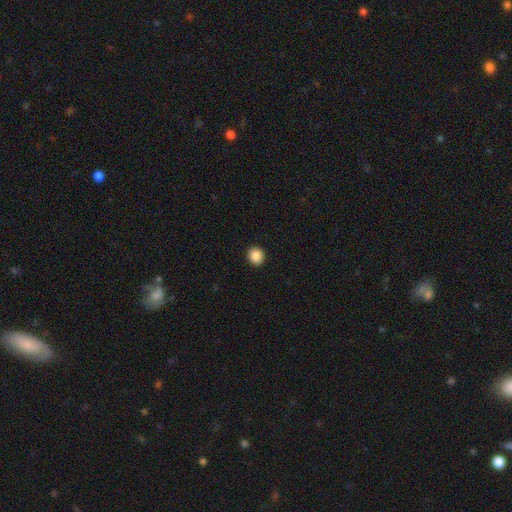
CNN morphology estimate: This appears to be a smooth galaxy with no disk features (87%) that is round (83%). Merging: none (93%).